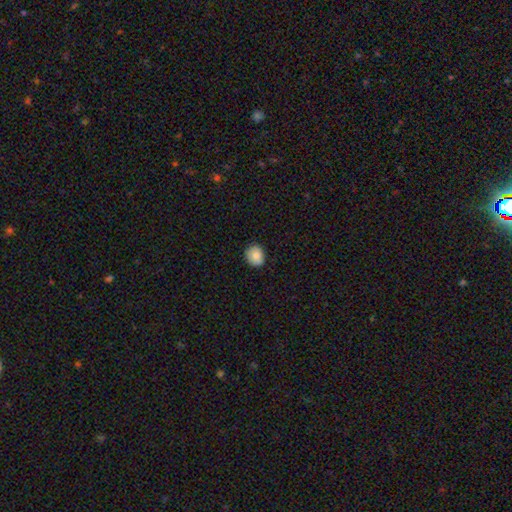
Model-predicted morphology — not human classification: Smooth or featured: smooth — 86% (star or artifact — 8%)
How rounded: round — 70% (in between — 29%)
Merging: none — 85% (minor disturbance — 12%)